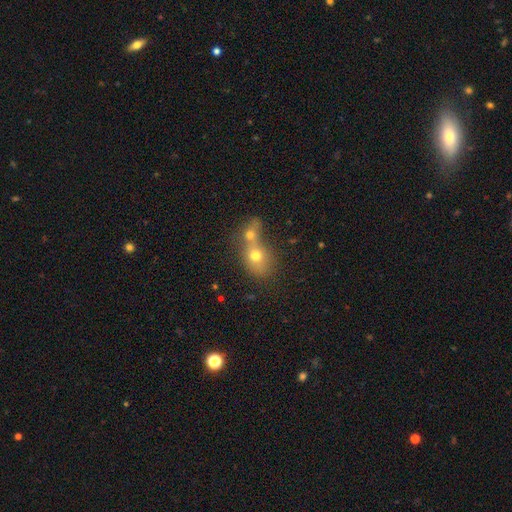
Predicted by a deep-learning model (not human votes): Smooth or featured?
  - smooth: 67% *
  - featured or disk: 20%
  - star or artifact: 13%
How rounded?
  - round: 53% *
  - in between: 45%
  - cigar-shaped: 2%
Merging?
  - merger: 71% *
  - none: 18%
  - minor disturbance: 6%
  - major disturbance: 5%